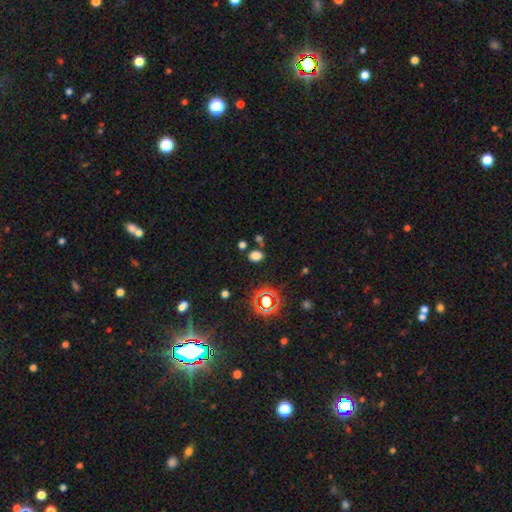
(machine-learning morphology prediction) Smooth or featured? Predicted: smooth (p=0.71). How rounded? Predicted: in between (p=0.60). Merging? Predicted: none (p=0.77).